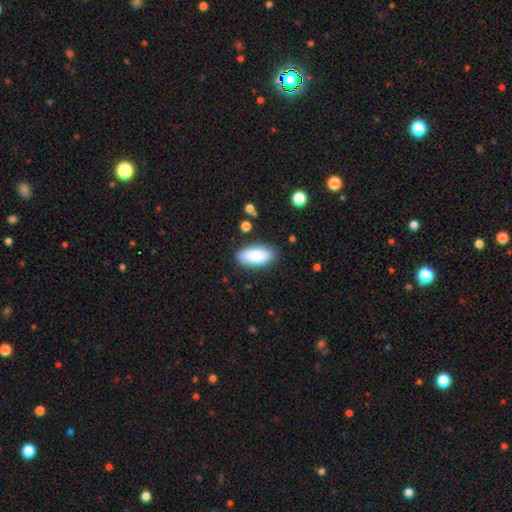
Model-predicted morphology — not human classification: Smooth or featured: smooth — 85% (featured or disk — 9%)
How rounded: in between — 90% (cigar-shaped — 8%)
Merging: none — 83% (minor disturbance — 12%)